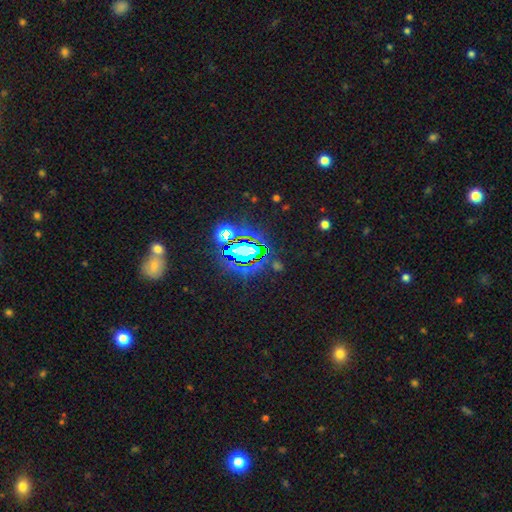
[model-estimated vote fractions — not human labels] Smooth or featured? star or artifact (79%)